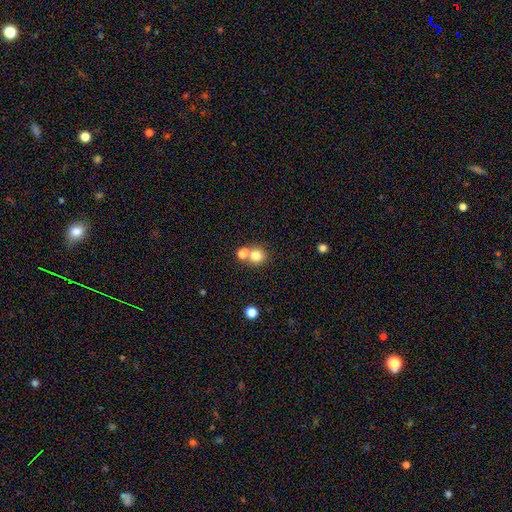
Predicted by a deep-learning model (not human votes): smooth-or-featured: smooth: 77% | star or artifact: 13% | featured or disk: 10%
  how-rounded: round: 87% | in between: 12% | cigar-shaped: 1%
  merging: none: 52% | merger: 39% | minor disturbance: 6% | major disturbance: 3%